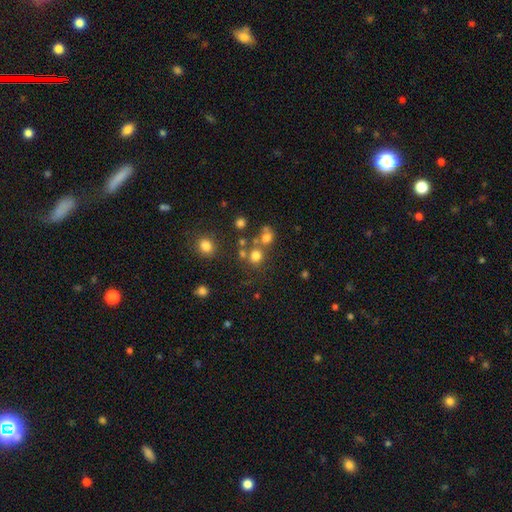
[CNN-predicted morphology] The model was most divided on "merging": none: 60%, merger: 27%, minor disturbance: 8%, major disturbance: 5%. More confident: how rounded — round (86%); smooth or featured — smooth (73%).